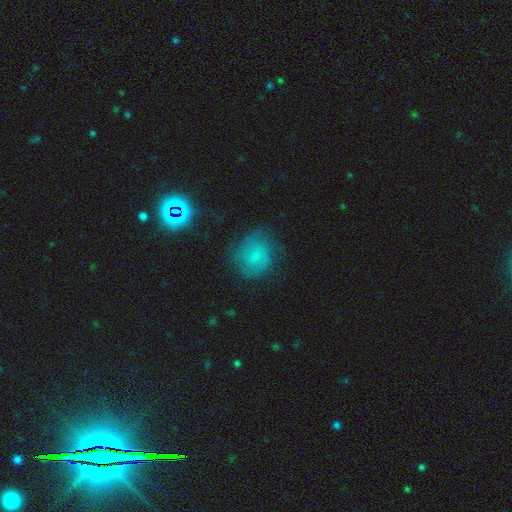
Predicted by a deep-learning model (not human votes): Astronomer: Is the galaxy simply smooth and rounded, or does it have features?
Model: featured or disk — 51% (runner-up: smooth, 35%).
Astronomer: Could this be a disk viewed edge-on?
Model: no — 98%.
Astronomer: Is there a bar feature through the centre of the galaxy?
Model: no — 68%.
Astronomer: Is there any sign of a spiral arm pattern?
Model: yes — 85%.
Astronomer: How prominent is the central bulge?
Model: small — 62%.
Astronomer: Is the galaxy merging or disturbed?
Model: none — 62%.